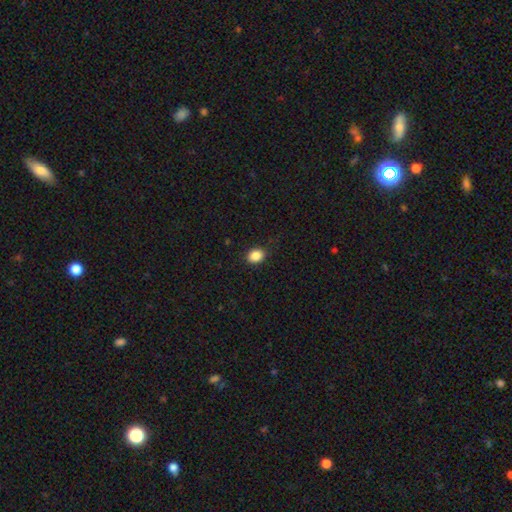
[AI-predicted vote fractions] smooth-or-featured: smooth: 87% | star or artifact: 9% | featured or disk: 3%
  how-rounded: in between: 54% | round: 45% | cigar-shaped: 1%
  merging: none: 88% | minor disturbance: 9% | major disturbance: 2% | merger: 1%